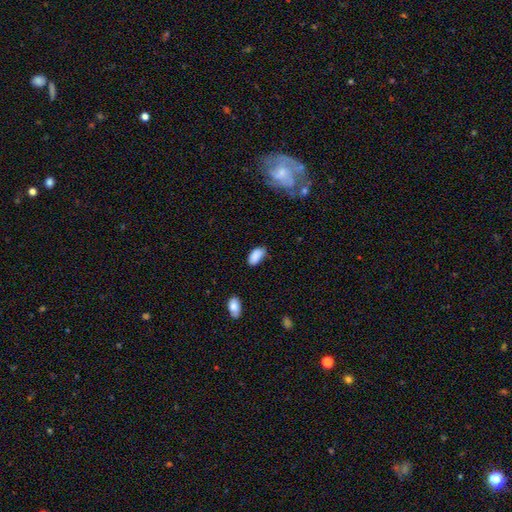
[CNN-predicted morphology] Smooth or featured? Predicted: smooth (p=0.89). How rounded? Predicted: in between (p=0.94). Merging? Predicted: none (p=0.69).